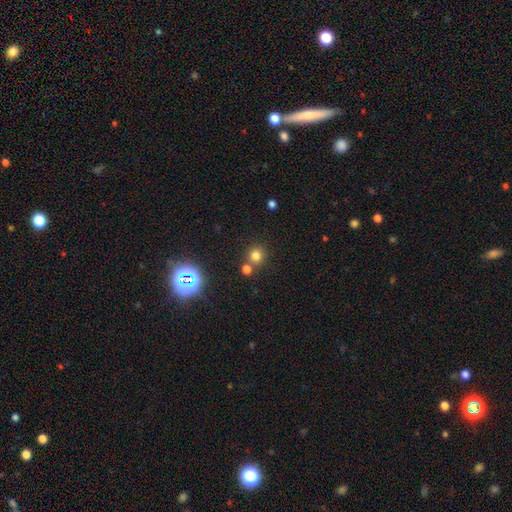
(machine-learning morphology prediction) The model was most divided on "merging": none: 67%, merger: 22%, minor disturbance: 7%, major disturbance: 3%. More confident: how rounded — round (89%); smooth or featured — smooth (74%).